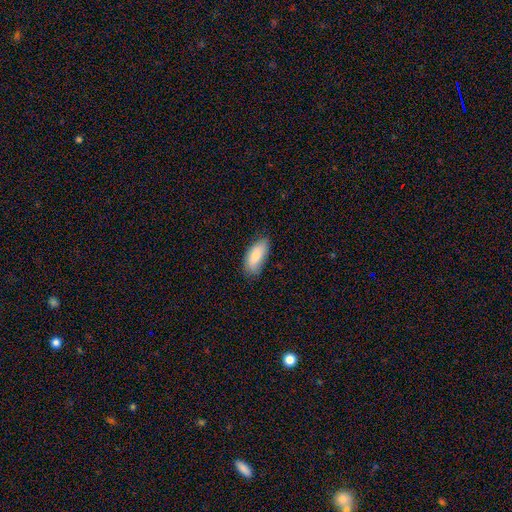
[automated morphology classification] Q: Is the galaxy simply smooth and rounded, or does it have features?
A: smooth — 85%.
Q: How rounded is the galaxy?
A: in between — 87%.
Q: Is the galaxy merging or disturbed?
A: none — 75%.